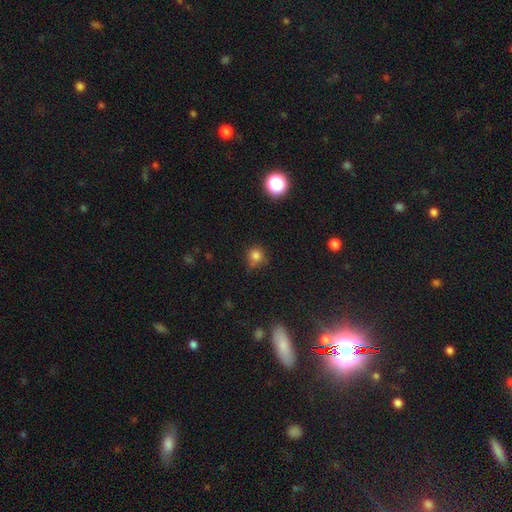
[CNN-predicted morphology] Overall: smooth (78%). How rounded: round (89%). Merging: none (67%).